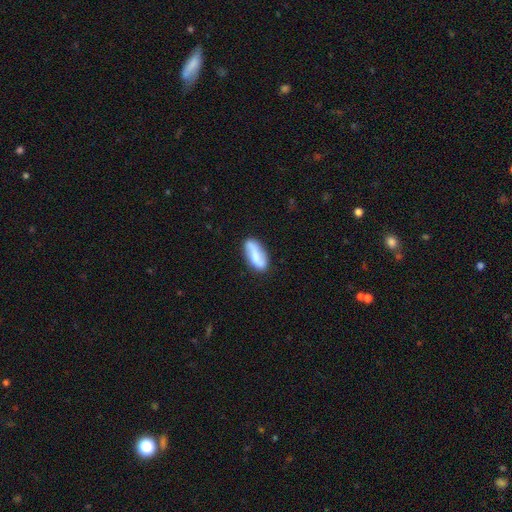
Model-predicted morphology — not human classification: Q: Smooth or featured?
A: smooth (57%); runner-up: featured or disk (36%)
Q: How rounded?
A: in between (77%); runner-up: cigar-shaped (20%)
Q: Merging?
A: none (79%); runner-up: minor disturbance (15%)